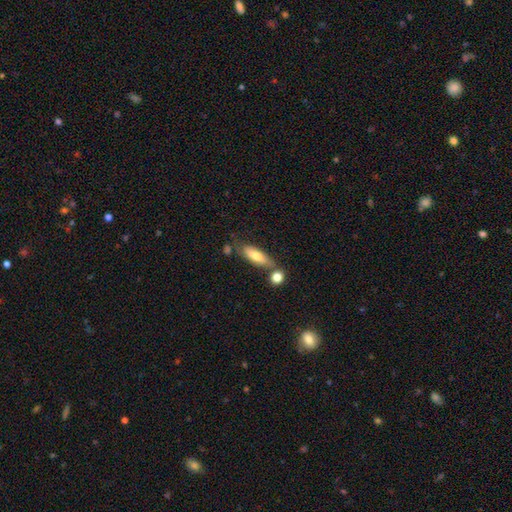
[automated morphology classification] smooth-or-featured: smooth: 69% | featured or disk: 24% | star or artifact: 7%
  how-rounded: in between: 61% | cigar-shaped: 37% | round: 3%
  merging: none: 59% | merger: 20% | minor disturbance: 16% | major disturbance: 5%